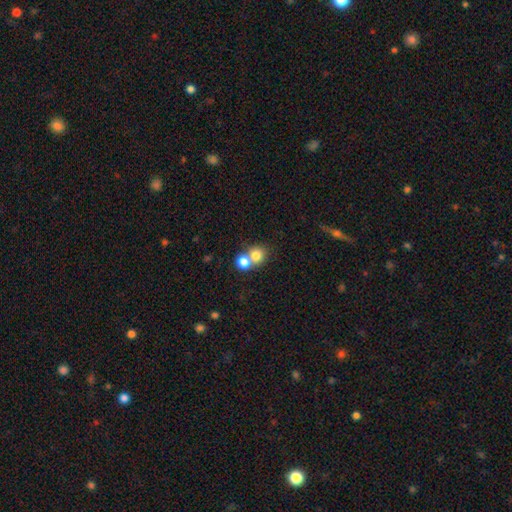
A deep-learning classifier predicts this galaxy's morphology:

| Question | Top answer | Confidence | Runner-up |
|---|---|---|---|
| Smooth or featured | smooth | 78% | featured or disk (11%) |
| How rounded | round | 83% | in between (16%) |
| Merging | merger | 55% | none (38%) |